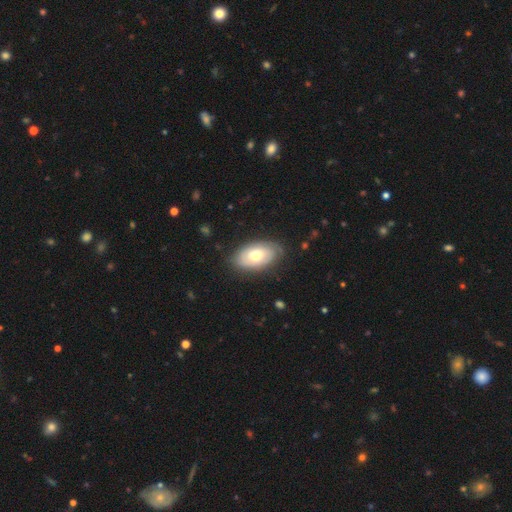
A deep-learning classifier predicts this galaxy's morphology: Smooth or featured: smooth — 56% (featured or disk — 38%)
How rounded: in between — 92% (round — 6%)
Merging: none — 78% (minor disturbance — 17%)